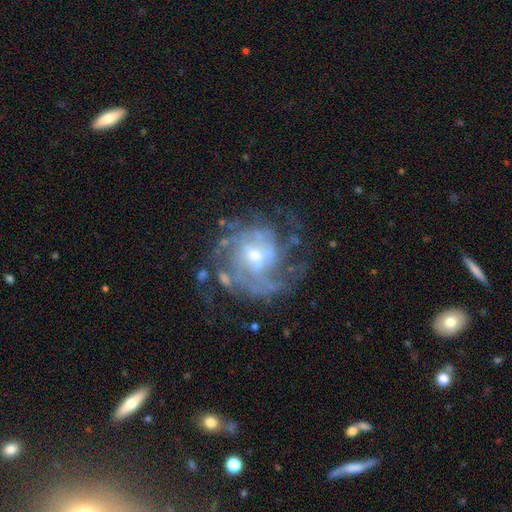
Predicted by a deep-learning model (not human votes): Q: Smooth or featured?
A: featured or disk (84%); runner-up: smooth (9%)
Q: Edge-on disk?
A: no (98%); runner-up: yes (2%)
Q: Bar?
A: no (61%); runner-up: weak (32%)
Q: Spiral arms?
A: yes (90%); runner-up: no (10%)
Q: Spiral winding?
A: tight (46%); runner-up: medium (39%)
Q: Spiral arm count?
A: can't tell (37%); runner-up: 3 (20%)
Q: Bulge size?
A: small (53%); runner-up: moderate (41%)
Q: Merging?
A: none (59%); runner-up: major disturbance (19%)